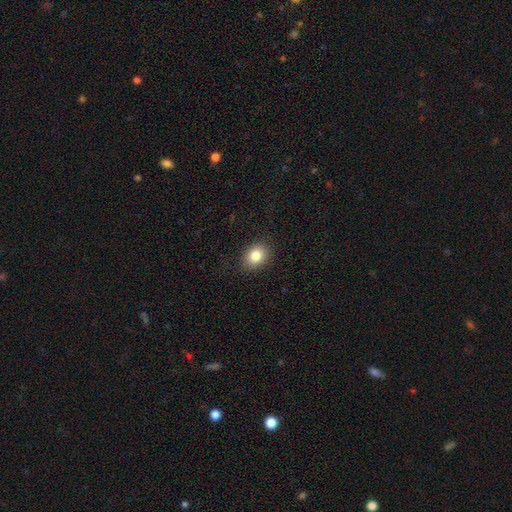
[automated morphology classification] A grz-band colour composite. It shows a smooth galaxy with no disk features (83%) that is in between round and cigar-shaped (54%). Merging: none (86%).